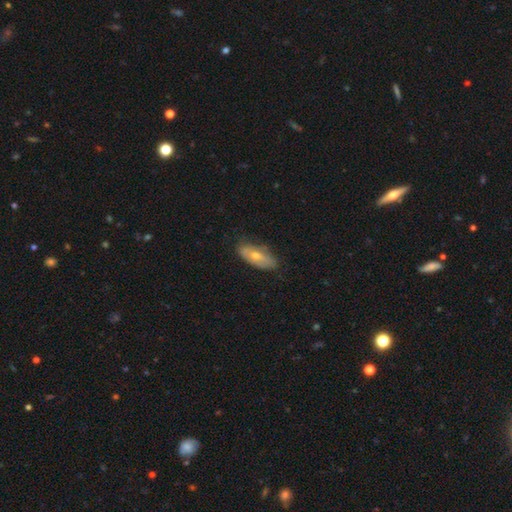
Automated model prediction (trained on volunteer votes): Morphology: type=smooth (49%); merging=none (72%).